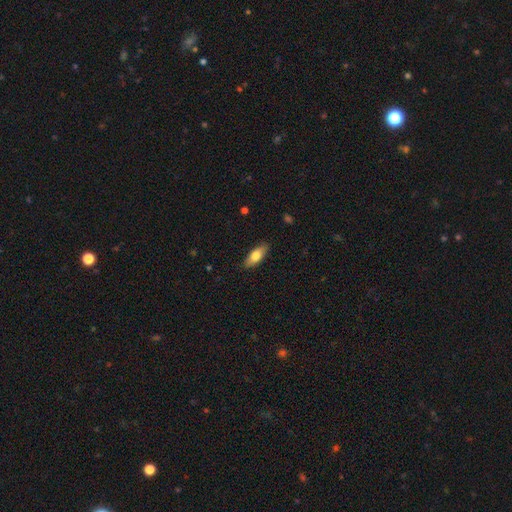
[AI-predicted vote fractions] The model was most divided on "how rounded": in between: 71%, cigar-shaped: 26%, round: 3%. More confident: merging — none (86%); smooth or featured — smooth (74%).